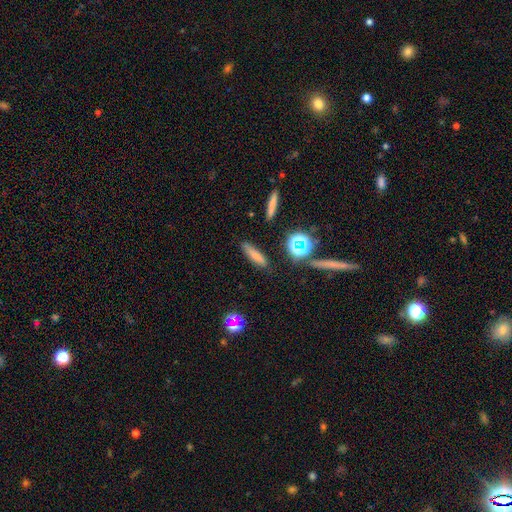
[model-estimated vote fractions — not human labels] This is likely a smooth galaxy (73%). How rounded: likely cigar-shaped (70%). Merging: clearly none (81%).